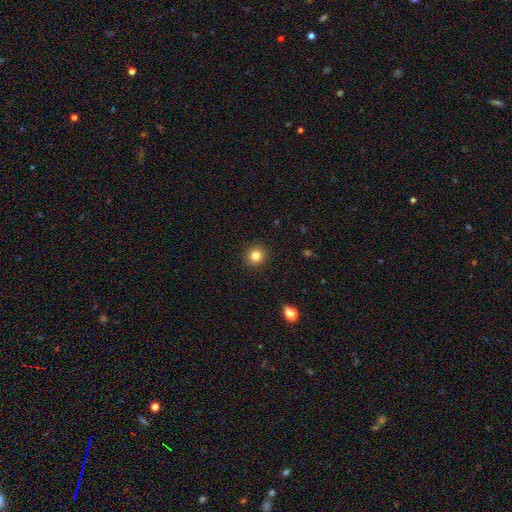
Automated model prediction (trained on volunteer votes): Overall: smooth (83%). How rounded: round (90%). Merging: none (92%).